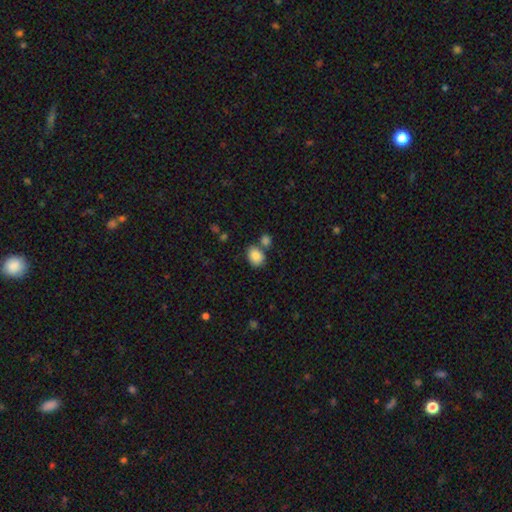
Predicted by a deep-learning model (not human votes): This is clearly a smooth galaxy (87%). How rounded: likely in between (61%). Merging: likely none (61%).